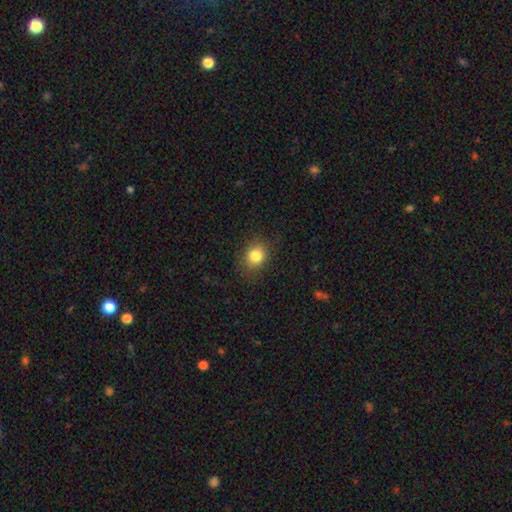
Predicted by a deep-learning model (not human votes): A smooth galaxy with no disk features (83%) that is round (67%). Merging: none (84%).